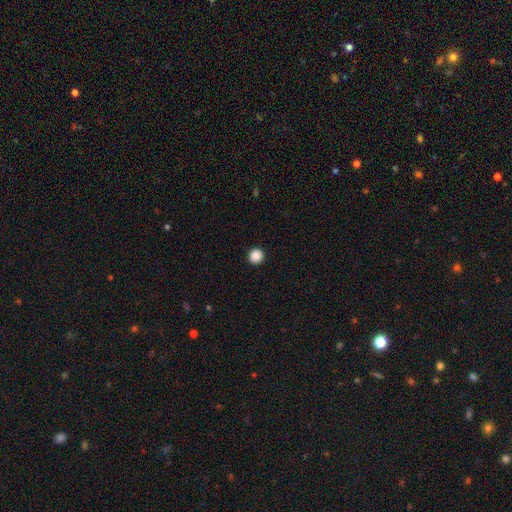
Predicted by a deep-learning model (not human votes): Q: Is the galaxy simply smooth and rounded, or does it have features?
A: smooth — 88%.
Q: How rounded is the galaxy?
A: round — 94%.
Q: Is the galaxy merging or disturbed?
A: none — 94%.